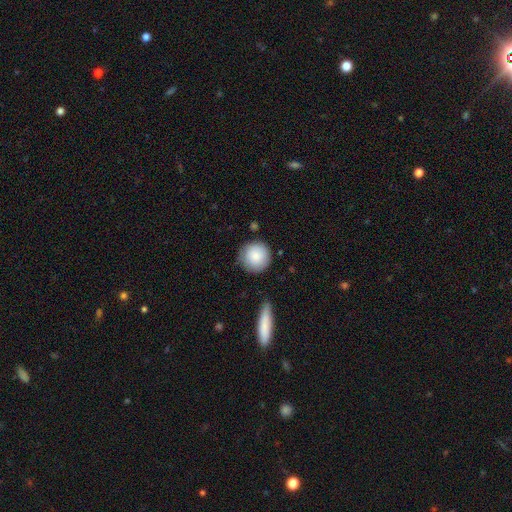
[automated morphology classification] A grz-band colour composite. It shows a smooth galaxy with no disk features (87%) that is round (95%). Merging: none (81%).